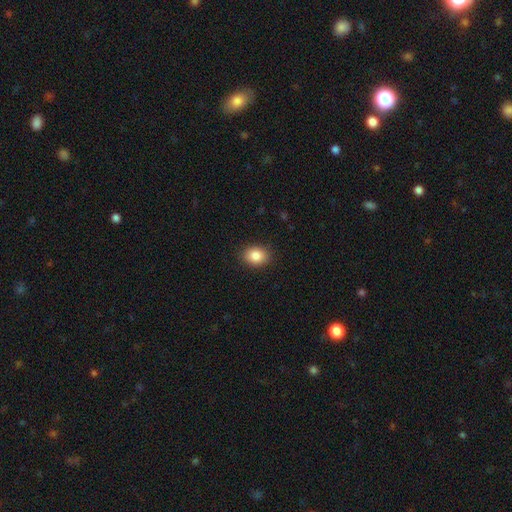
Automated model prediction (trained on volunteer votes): Morphology: type=smooth (86%); roundness=in between (59%); merging=none (89%).